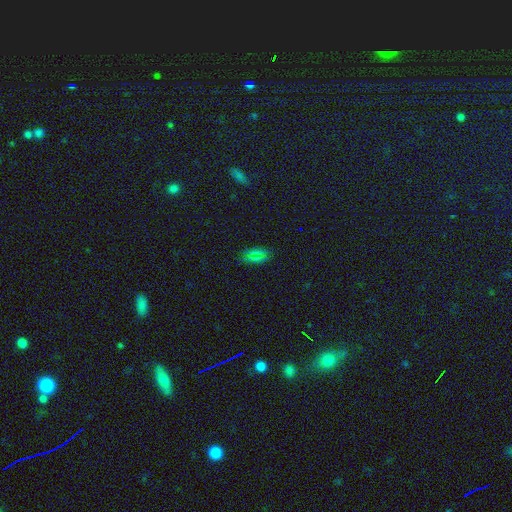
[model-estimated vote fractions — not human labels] Morphology: type=smooth (59%); roundness=in between (83%); merging=none (82%).